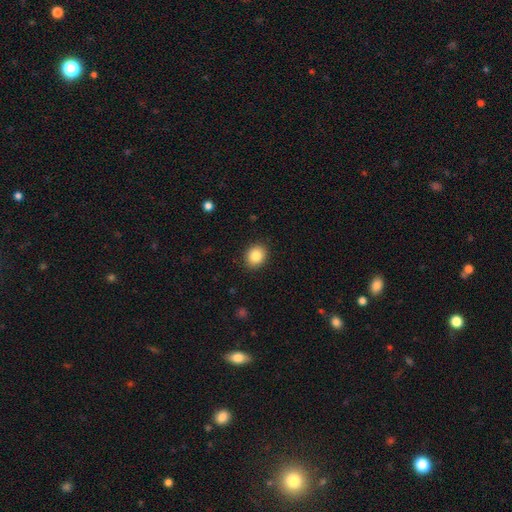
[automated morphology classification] The model was most divided on "how rounded": round: 61%, in between: 38%, cigar-shaped: 1%. More confident: merging — none (89%); smooth or featured — smooth (85%).